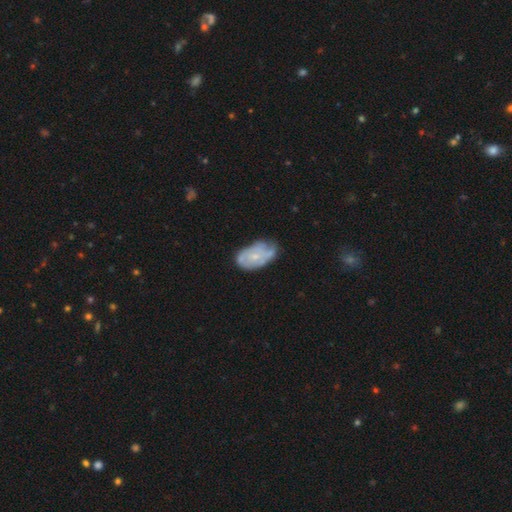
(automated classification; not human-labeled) Smooth or featured: featured or disk — 55% (smooth — 38%)
Edge-on disk: no — 95% (yes — 5%)
Bar: no — 82% (weak — 15%)
Spiral arms: yes — 54% (no — 46%)
Bulge size: small — 68% (moderate — 25%)
Merging: none — 49% (minor disturbance — 36%)